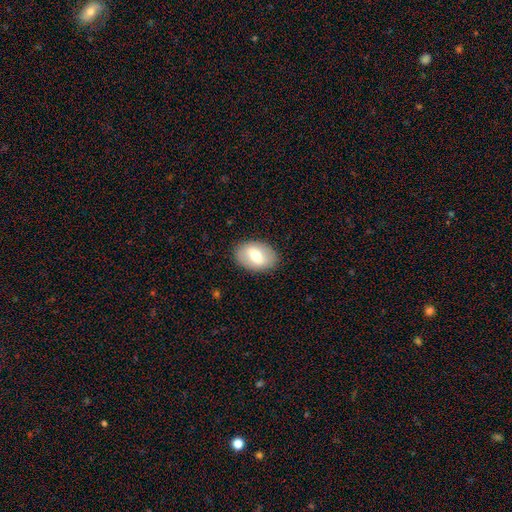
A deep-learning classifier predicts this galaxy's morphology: The model was most divided on "smooth or featured": smooth: 61%, featured or disk: 32%, star or artifact: 7%. More confident: merging — none (87%); how rounded — in between (82%).